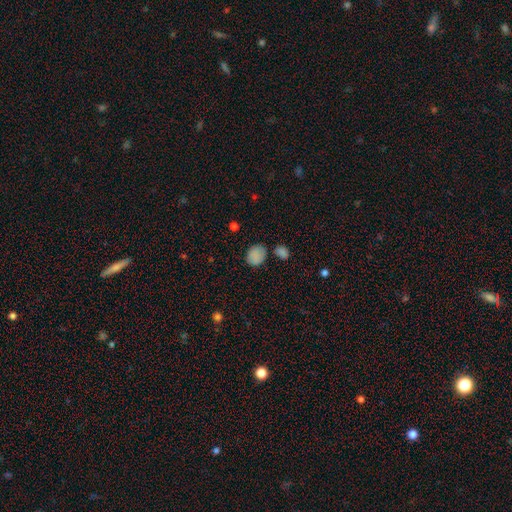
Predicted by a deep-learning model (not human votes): Smooth or featured?
  - smooth: 83% *
  - star or artifact: 11%
  - featured or disk: 6%
How rounded?
  - in between: 54% *
  - round: 45%
  - cigar-shaped: 1%
Merging?
  - none: 66% *
  - minor disturbance: 21%
  - merger: 8%
  - major disturbance: 5%